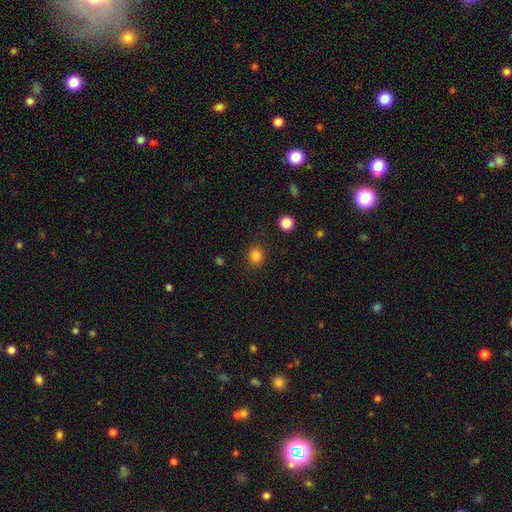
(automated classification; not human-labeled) smooth_or_featured: smooth (p=0.84) [alt: star or artifact p=0.12]
how_rounded: round (p=0.72) [alt: in between p=0.27]
merging: none (p=0.86) [alt: minor disturbance p=0.09]